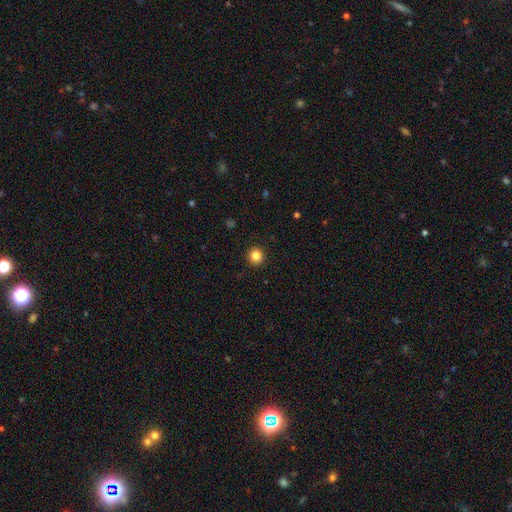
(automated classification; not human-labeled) This appears to be a smooth galaxy with no disk features (84%) that is round (94%). Merging: none (93%).